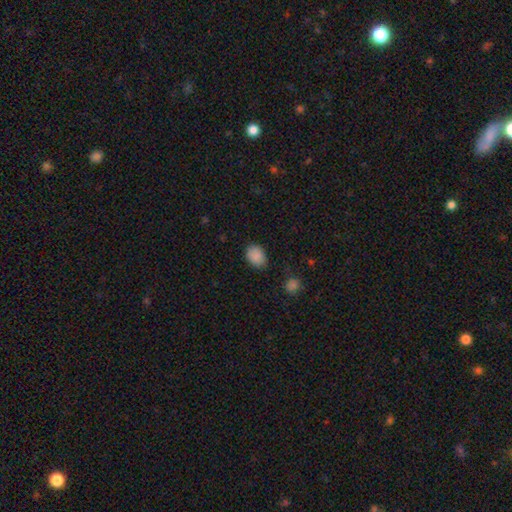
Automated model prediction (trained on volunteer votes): smooth-or-featured: smooth: 88% | star or artifact: 9% | featured or disk: 3%
  how-rounded: in between: 68% | round: 31% | cigar-shaped: 1%
  merging: none: 80% | minor disturbance: 15% | major disturbance: 3% | merger: 2%